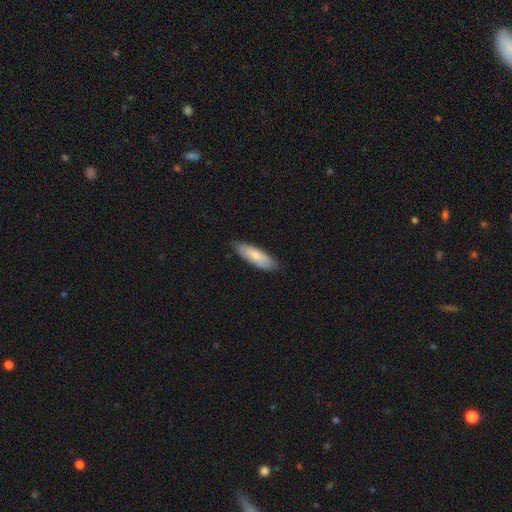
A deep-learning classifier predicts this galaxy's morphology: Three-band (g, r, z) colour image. It shows a smooth galaxy with no disk features (73%) that is in between round and cigar-shaped (56%). Merging: none (83%).